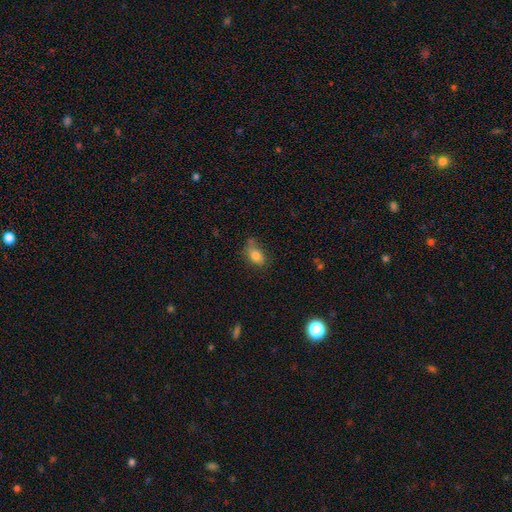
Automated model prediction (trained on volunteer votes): The model was most divided on "merging": none: 58%, minor disturbance: 29%, major disturbance: 8%, merger: 5%. More confident: how rounded — in between (82%); smooth or featured — smooth (79%).